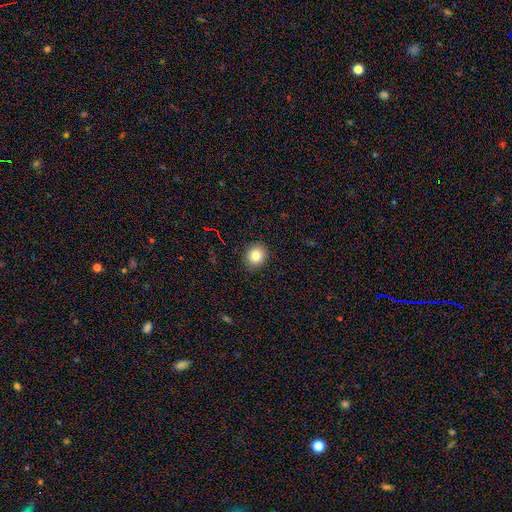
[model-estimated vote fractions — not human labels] Smooth or featured: smooth — 82% (star or artifact — 11%)
How rounded: round — 75% (in between — 24%)
Merging: none — 90% (minor disturbance — 7%)